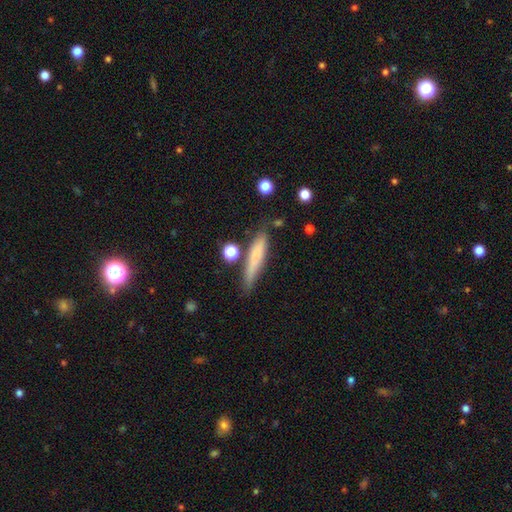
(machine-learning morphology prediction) Q: Smooth or featured?
A: smooth (70%); runner-up: featured or disk (22%)
Q: How rounded?
A: cigar-shaped (87%); runner-up: in between (11%)
Q: Merging?
A: none (71%); runner-up: minor disturbance (18%)